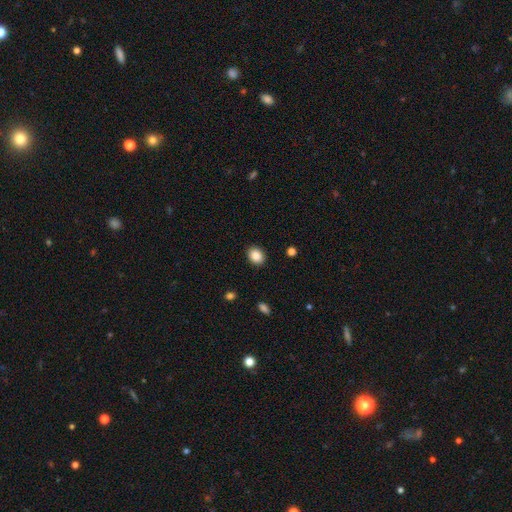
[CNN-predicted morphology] This appears to be a smooth galaxy with no disk features (87%) that is round (51%). Merging: none (90%).